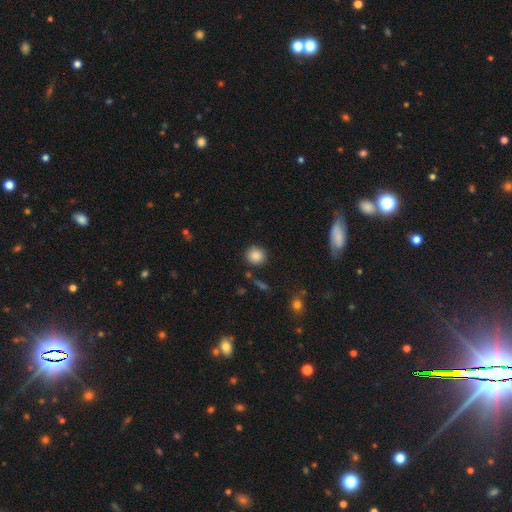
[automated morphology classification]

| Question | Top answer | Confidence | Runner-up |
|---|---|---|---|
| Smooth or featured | smooth | 86% | star or artifact (9%) |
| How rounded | round | 89% | in between (10%) |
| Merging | none | 85% | minor disturbance (9%) |